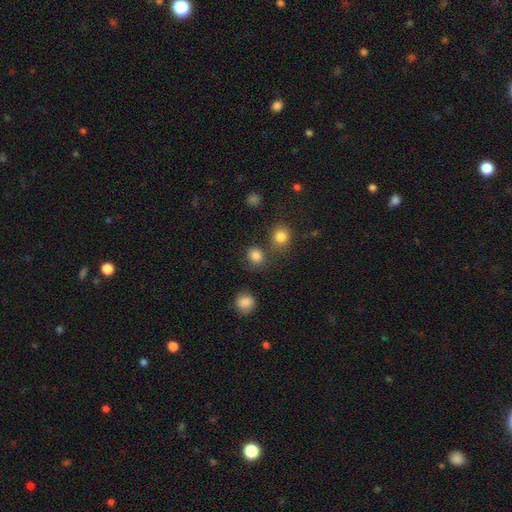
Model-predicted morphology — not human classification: This is clearly a smooth galaxy (83%). How rounded: likely round (73%). Merging: likely none (69%).